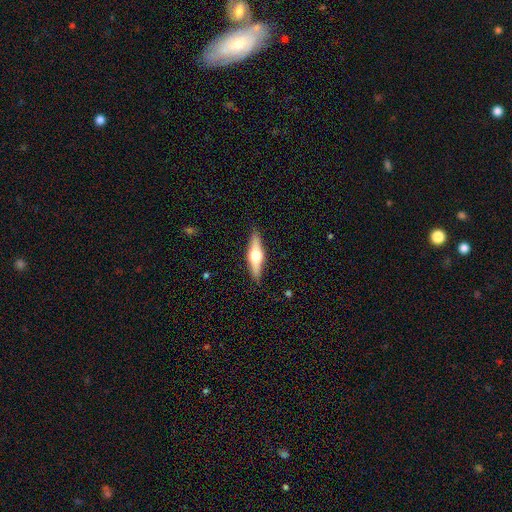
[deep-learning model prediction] smooth_or_featured: featured or disk (p=0.62) [alt: smooth p=0.33]
disk_edge_on: yes (p=0.95) [alt: no p=0.05]
edge_on_bulge: rounded (p=0.96) [alt: boxy p=0.03]
merging: none (p=0.89) [alt: minor disturbance p=0.08]